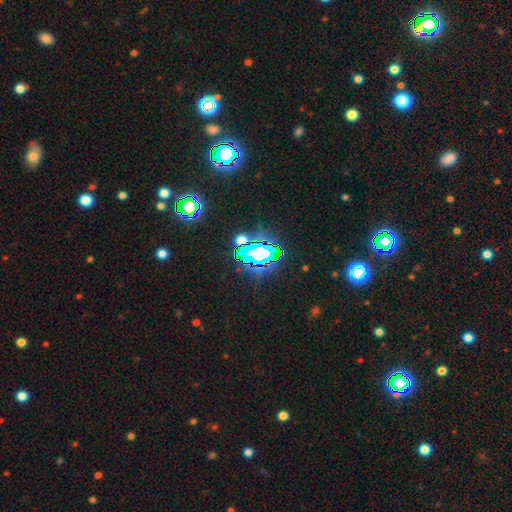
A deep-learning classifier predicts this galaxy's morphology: A star or artifact, not a galaxy (69%).

Vote fractions:
- Smooth or featured? star or artifact: 69% / smooth: 18% / featured or disk: 12%